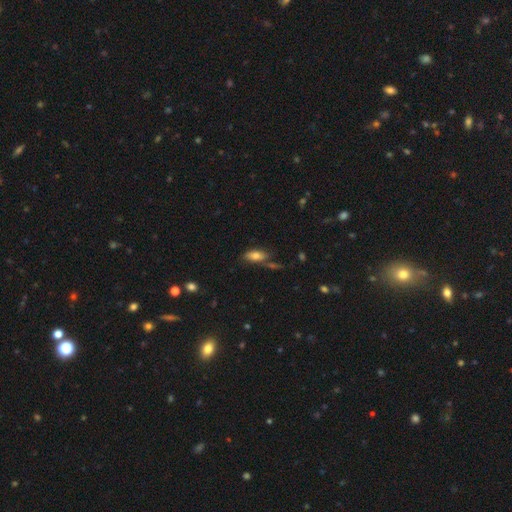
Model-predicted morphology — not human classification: Smooth or featured?
  - smooth: 74% *
  - featured or disk: 16%
  - star or artifact: 9%
How rounded?
  - in between: 83% *
  - cigar-shaped: 14%
  - round: 3%
Merging?
  - none: 55% *
  - minor disturbance: 21%
  - merger: 16%
  - major disturbance: 8%